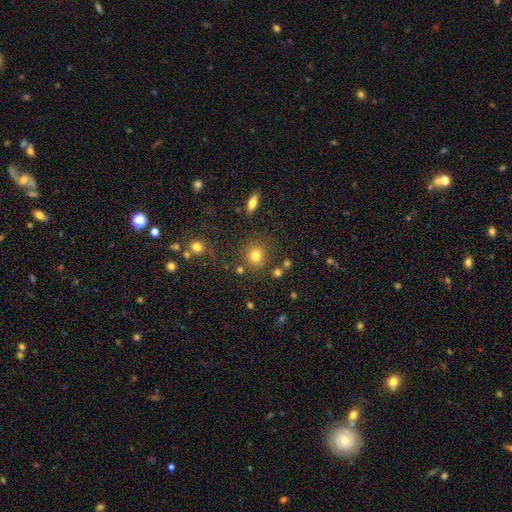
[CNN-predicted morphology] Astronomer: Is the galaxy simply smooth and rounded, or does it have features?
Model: smooth — 77%.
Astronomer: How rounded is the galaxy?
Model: round — 84%.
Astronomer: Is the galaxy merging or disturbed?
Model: none — 79%.